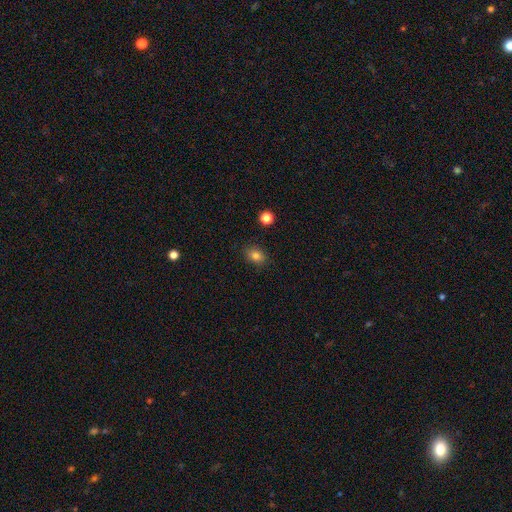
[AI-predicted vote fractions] Smooth or featured? smooth (81%)
How rounded? in between (66%)
Merging? none (86%)